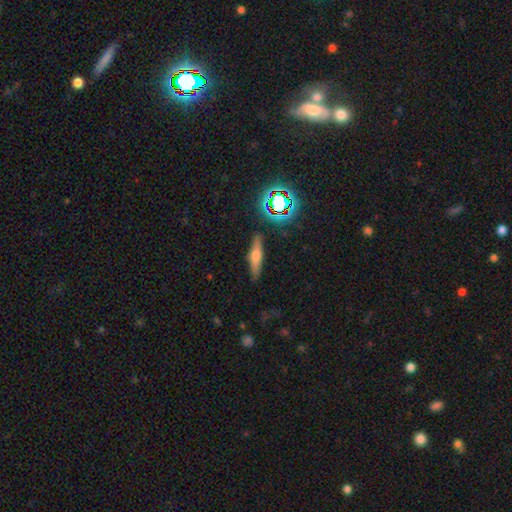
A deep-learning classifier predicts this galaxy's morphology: A smooth galaxy with no disk features (44%).

Vote fractions:
- Smooth or featured? smooth: 44% / featured or disk: 43% / star or artifact: 12%
- Merging? none: 86% / minor disturbance: 10% / major disturbance: 2% / merger: 2%